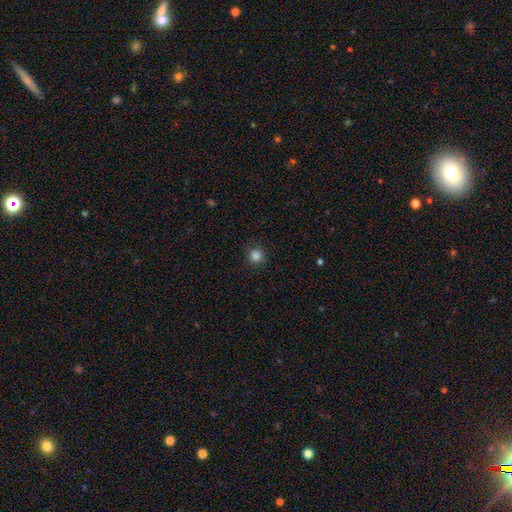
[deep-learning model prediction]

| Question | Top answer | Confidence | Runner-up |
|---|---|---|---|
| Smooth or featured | smooth | 85% | star or artifact (12%) |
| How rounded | round | 94% | in between (5%) |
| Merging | none | 92% | minor disturbance (5%) |